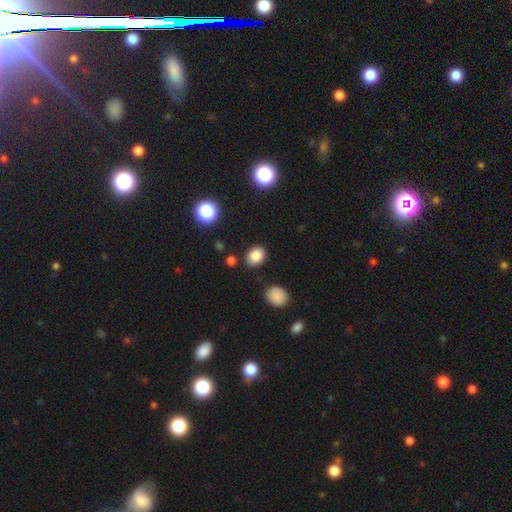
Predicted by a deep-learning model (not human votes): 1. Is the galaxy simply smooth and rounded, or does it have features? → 84% smooth, 10% star or artifact, 5% featured or disk.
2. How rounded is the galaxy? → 63% in between, 36% round, 1% cigar-shaped.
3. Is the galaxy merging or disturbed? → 85% none, 9% minor disturbance, 3% major disturbance, 3% merger.